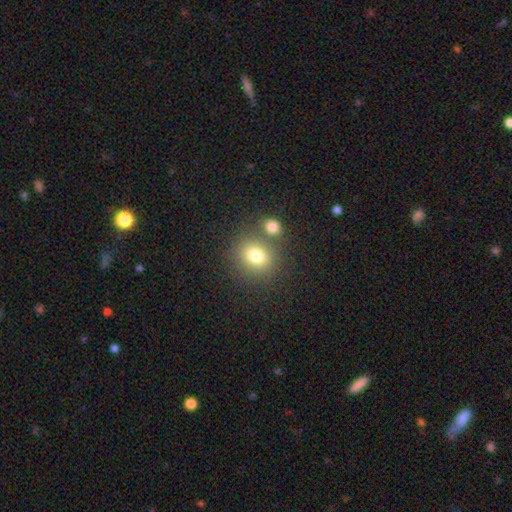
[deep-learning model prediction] Morphology: type=smooth (77%); roundness=round (70%); merging=none (65%).